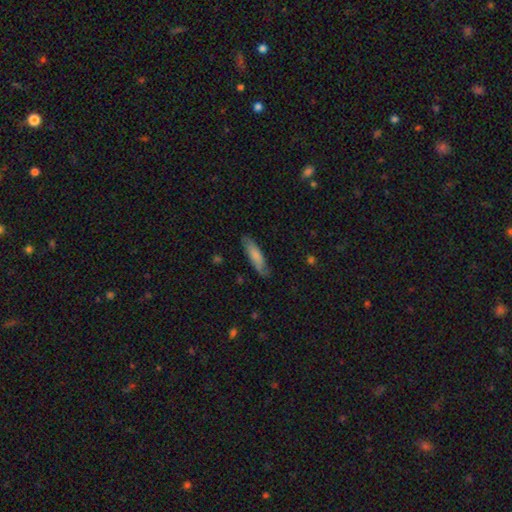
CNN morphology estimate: Smooth or featured: smooth — 72% (featured or disk — 23%)
How rounded: cigar-shaped — 65% (in between — 34%)
Merging: none — 78% (minor disturbance — 17%)